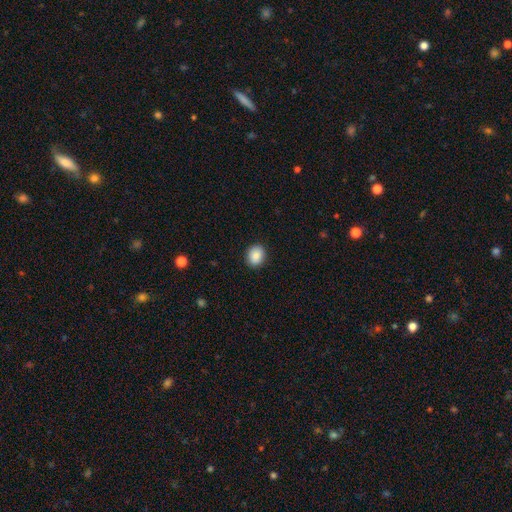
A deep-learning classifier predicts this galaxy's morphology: type=smooth (86%); roundness=round (63%); merging=none (89%).